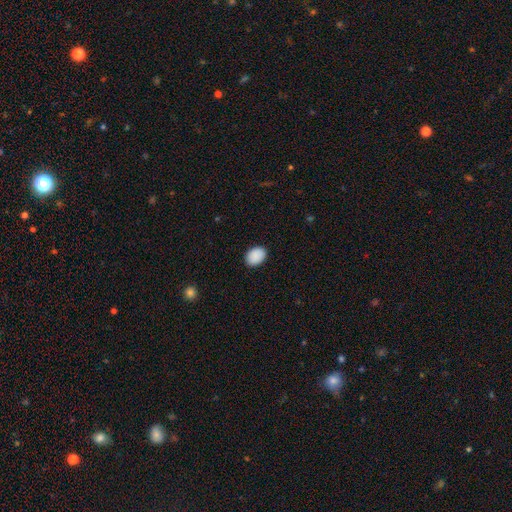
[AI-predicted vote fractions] Overall: smooth (90%). How rounded: in between (72%). Merging: none (88%).